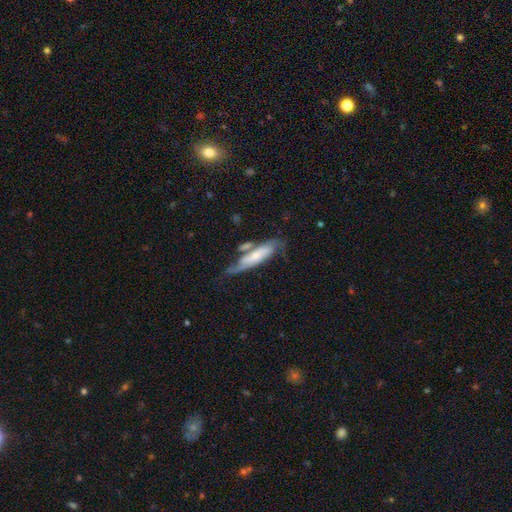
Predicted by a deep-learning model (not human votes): This is possibly a featured or disk galaxy (51%). It is likely not viewed edge-on (62%). Merging: marginally none (42%).